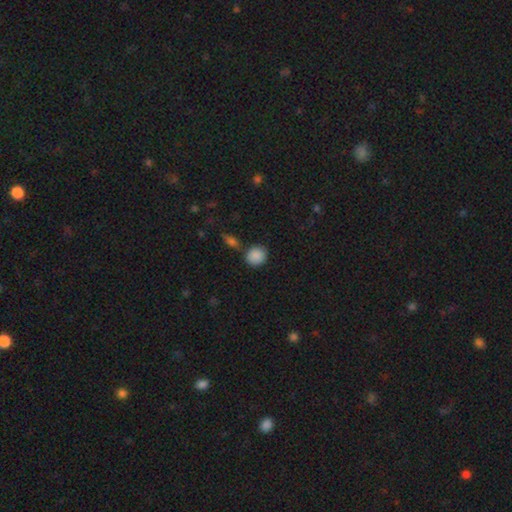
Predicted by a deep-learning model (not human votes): Morphology: type=smooth (87%); roundness=round (80%); merging=none (73%).